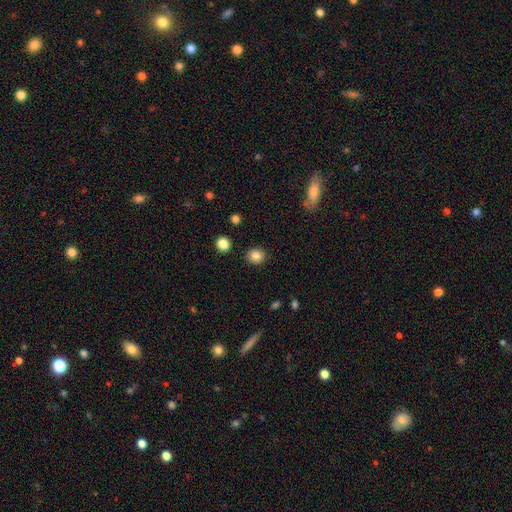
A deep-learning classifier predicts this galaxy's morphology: A smooth galaxy with no disk features (85%) that is round (75%).

Vote fractions:
- Smooth or featured? smooth: 85% / star or artifact: 10% / featured or disk: 5%
- How rounded? round: 75% / in between: 24% / cigar-shaped: 1%
- Merging? none: 90% / minor disturbance: 7% / major disturbance: 2% / merger: 2%